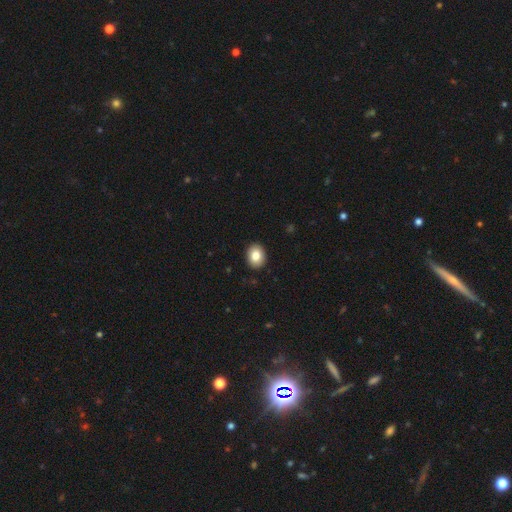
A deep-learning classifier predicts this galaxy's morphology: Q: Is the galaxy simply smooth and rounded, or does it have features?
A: smooth — 84%.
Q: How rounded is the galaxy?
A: in between — 59%.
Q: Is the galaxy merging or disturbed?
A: none — 91%.